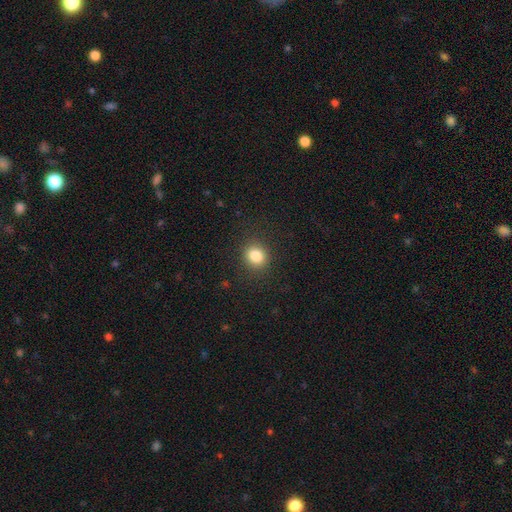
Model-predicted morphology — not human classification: Smooth or featured? smooth (84%)
How rounded? round (78%)
Merging? none (88%)